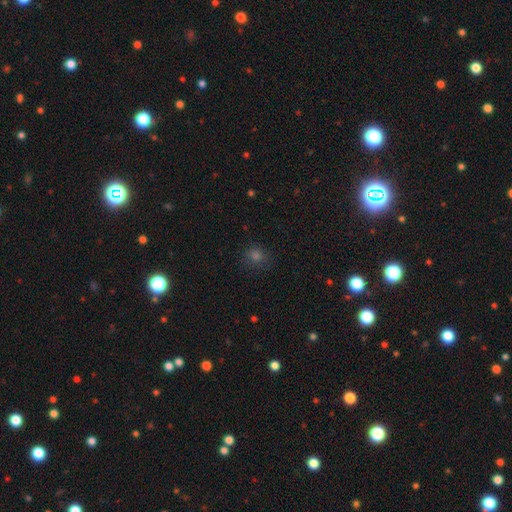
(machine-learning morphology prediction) Smooth or featured?
  - smooth: 64% *
  - star or artifact: 28%
  - featured or disk: 7%
How rounded?
  - round: 83% *
  - in between: 16%
  - cigar-shaped: 1%
Merging?
  - none: 83% *
  - minor disturbance: 11%
  - major disturbance: 4%
  - merger: 1%